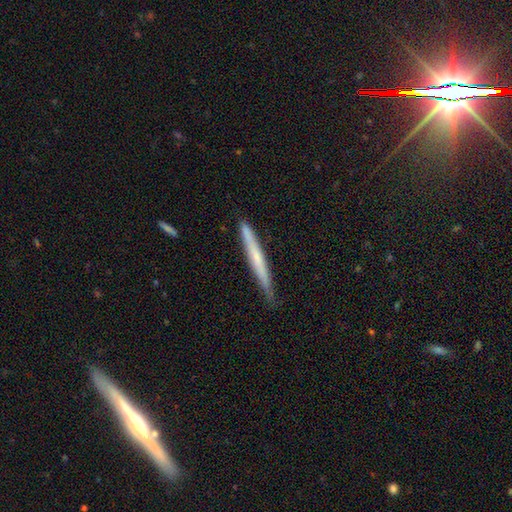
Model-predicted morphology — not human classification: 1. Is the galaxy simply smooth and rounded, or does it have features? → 50% smooth, 44% featured or disk, 7% star or artifact.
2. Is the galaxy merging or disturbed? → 82% none, 15% minor disturbance, 2% major disturbance, 1% merger.